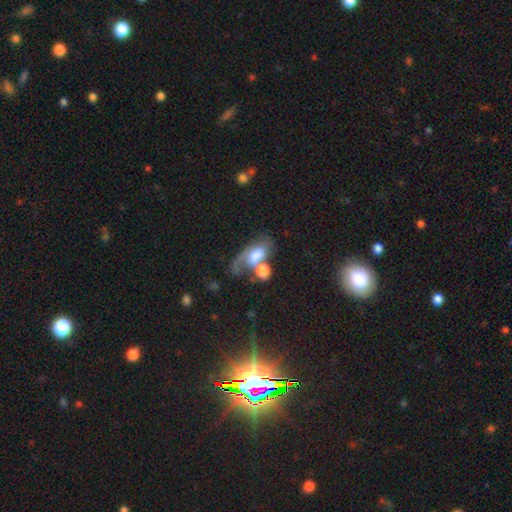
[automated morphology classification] smooth_or_featured: smooth (p=0.51) [alt: featured or disk p=0.40]
how_rounded: in between (p=0.85) [alt: round p=0.10]
merging: merger (p=0.50) [alt: major disturbance p=0.20]